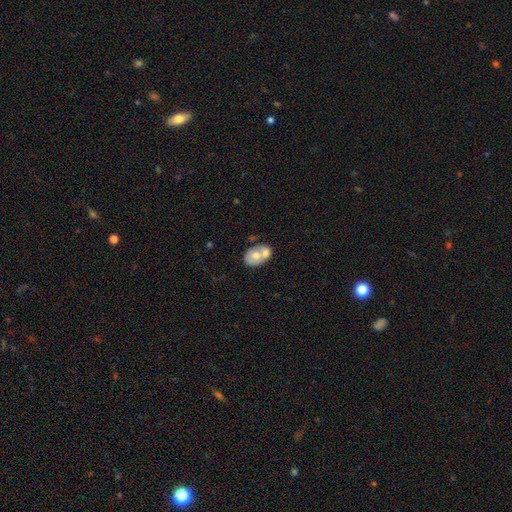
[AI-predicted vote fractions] Morphology: type=smooth (61%); roundness=in between (71%); merging=merger (57%).